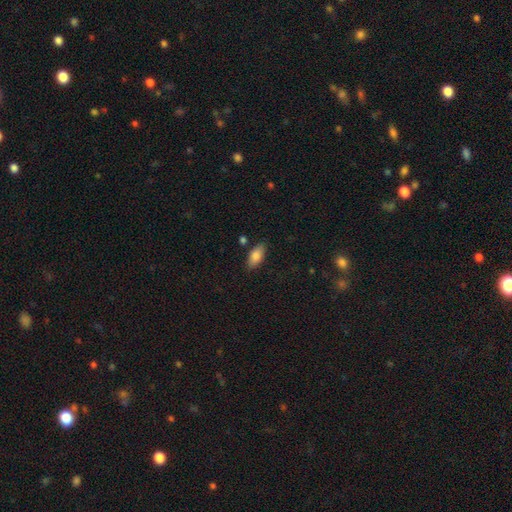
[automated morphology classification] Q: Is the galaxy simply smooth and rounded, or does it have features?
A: smooth — 82%.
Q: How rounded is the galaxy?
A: in between — 87%.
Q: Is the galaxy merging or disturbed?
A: none — 83%.